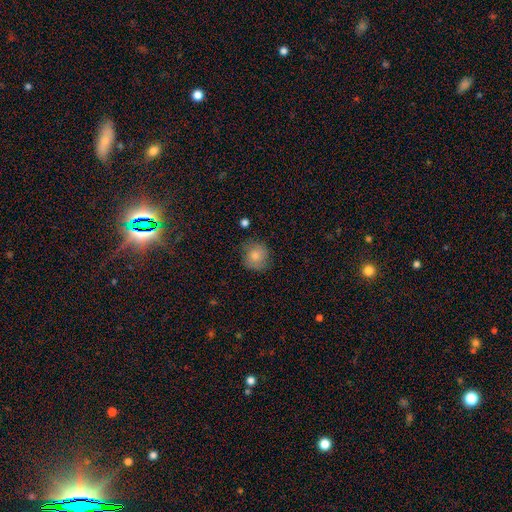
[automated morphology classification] Q: Smooth or featured?
A: smooth (76%); runner-up: featured or disk (15%)
Q: How rounded?
A: round (89%); runner-up: in between (10%)
Q: Merging?
A: none (76%); runner-up: minor disturbance (18%)